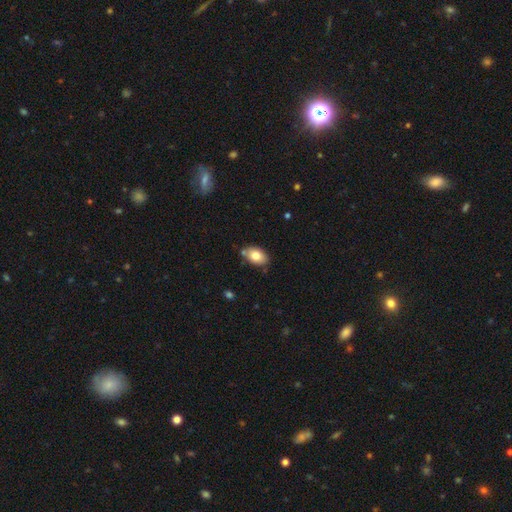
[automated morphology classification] Smooth or featured? Predicted: smooth (p=0.81). How rounded? Predicted: in between (p=0.88). Merging? Predicted: none (p=0.75).